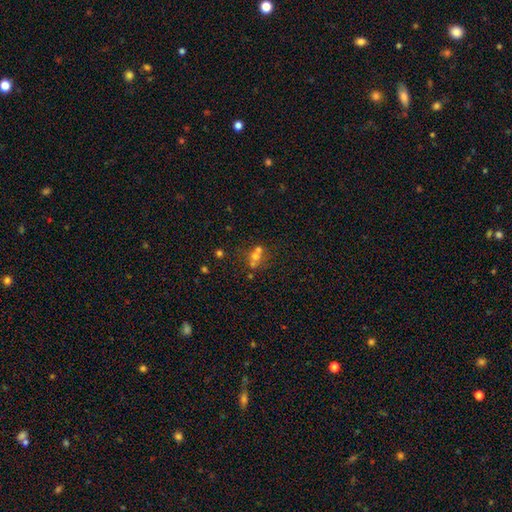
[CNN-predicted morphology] smooth-or-featured: smooth: 52% | featured or disk: 25% | star or artifact: 23%
  how-rounded: round: 75% | in between: 24% | cigar-shaped: 1%
  merging: merger: 49% | none: 38% | minor disturbance: 8% | major disturbance: 5%